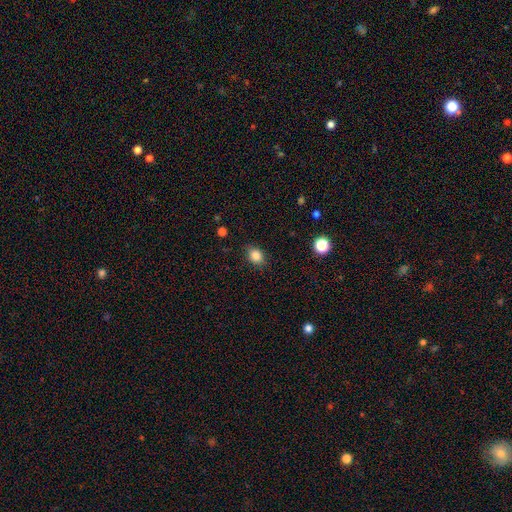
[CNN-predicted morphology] Smooth or featured? smooth (84%)
How rounded? in between (56%)
Merging? none (84%)